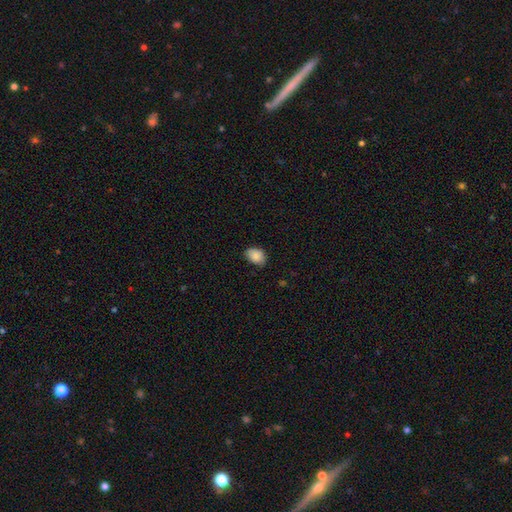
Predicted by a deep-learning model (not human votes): Smooth or featured: smooth — 87% (star or artifact — 8%)
How rounded: in between — 76% (round — 23%)
Merging: none — 76% (minor disturbance — 20%)